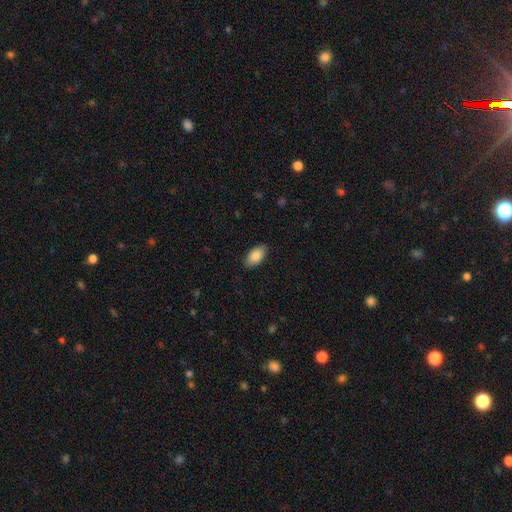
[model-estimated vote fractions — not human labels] smooth-or-featured: smooth: 87% | featured or disk: 7% | star or artifact: 6%
  how-rounded: in between: 94% | round: 3% | cigar-shaped: 3%
  merging: none: 86% | minor disturbance: 10% | major disturbance: 2% | merger: 1%